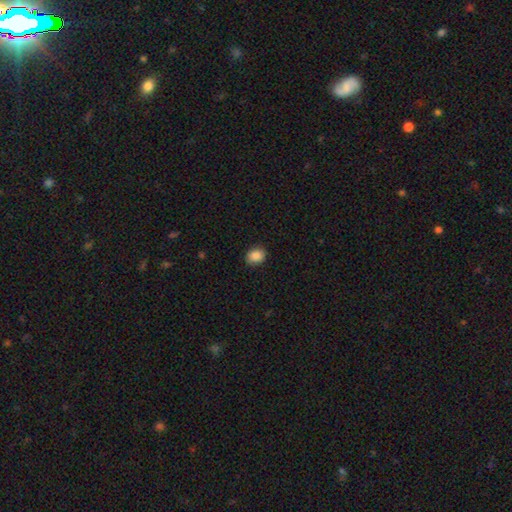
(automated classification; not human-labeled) Overall: smooth (88%). How rounded: round (51%; in between 48%). Merging: none (88%).